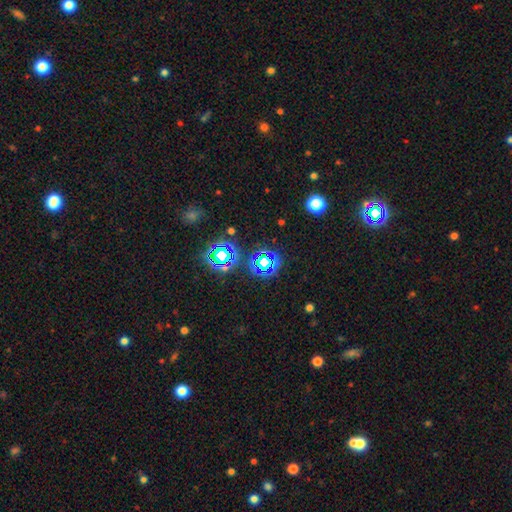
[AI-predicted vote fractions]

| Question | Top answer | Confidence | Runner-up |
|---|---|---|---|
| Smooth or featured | star or artifact | 68% | smooth (24%) |